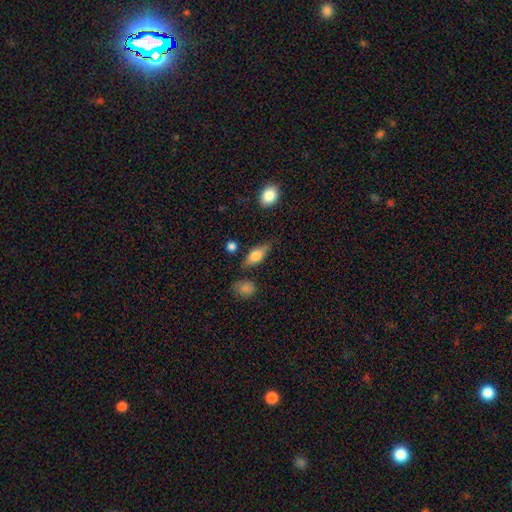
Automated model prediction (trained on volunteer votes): This is likely a smooth galaxy (62%). How rounded: likely in between (72%). Merging: likely none (75%).